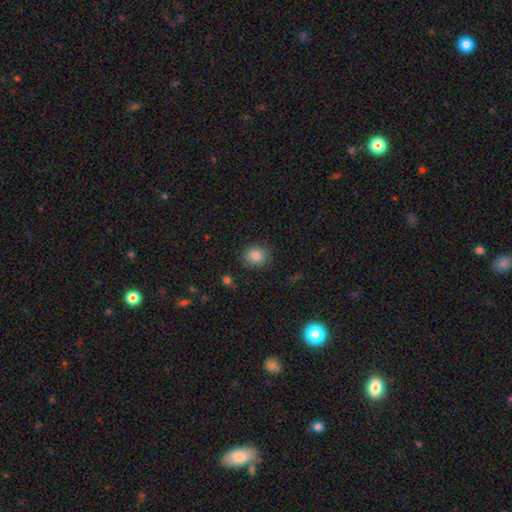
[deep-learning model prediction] Smooth or featured? smooth (84%)
How rounded? round (77%)
Merging? none (88%)